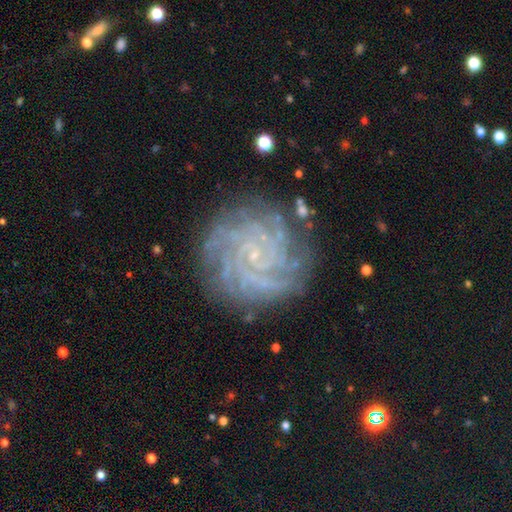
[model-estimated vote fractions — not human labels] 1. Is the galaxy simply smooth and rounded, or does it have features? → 87% featured or disk, 8% star or artifact, 5% smooth.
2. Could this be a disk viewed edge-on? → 98% no, 2% yes.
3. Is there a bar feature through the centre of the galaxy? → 72% no, 21% weak, 7% strong.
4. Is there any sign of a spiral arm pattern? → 98% yes, 2% no.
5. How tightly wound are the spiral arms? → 80% tight, 16% medium, 3% loose.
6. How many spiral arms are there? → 28% more than 4, 23% 4, 19% can't tell, 12% 3, 10% 2, 9% 1.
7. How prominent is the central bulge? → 86% small, 7% none, 5% moderate, 1% large, 1% dominant.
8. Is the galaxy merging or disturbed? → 81% none, 12% minor disturbance, 5% major disturbance, 2% merger.